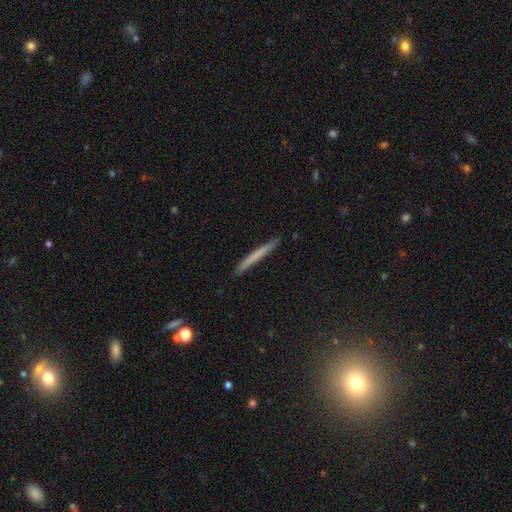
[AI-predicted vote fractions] The model was most divided on "smooth or featured": smooth: 64%, featured or disk: 29%, star or artifact: 7%. More confident: how rounded — cigar-shaped (97%); merging — none (91%).